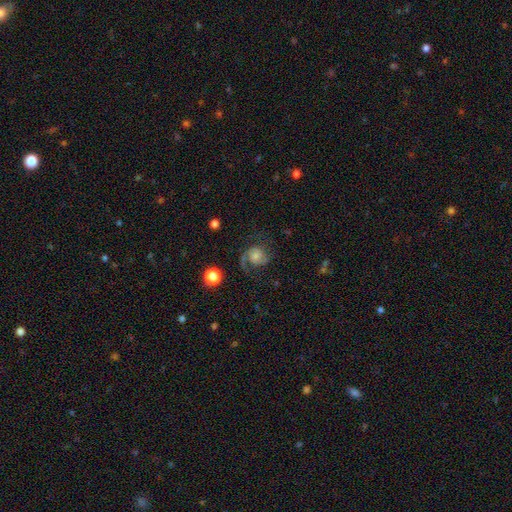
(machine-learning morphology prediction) type=featured or disk (72%); edge-on=no (98%); bar=no (71%); spiral arms=yes (95%); winding=medium (48%); arm count=2 (62%); bulge=moderate (40%); merging=none (65%).